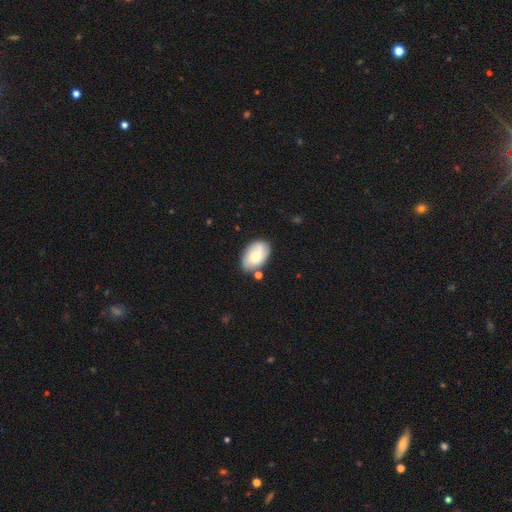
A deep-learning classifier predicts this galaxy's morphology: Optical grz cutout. It shows a smooth galaxy with no disk features (55%) that is in between round and cigar-shaped (90%). Merging: none (70%).